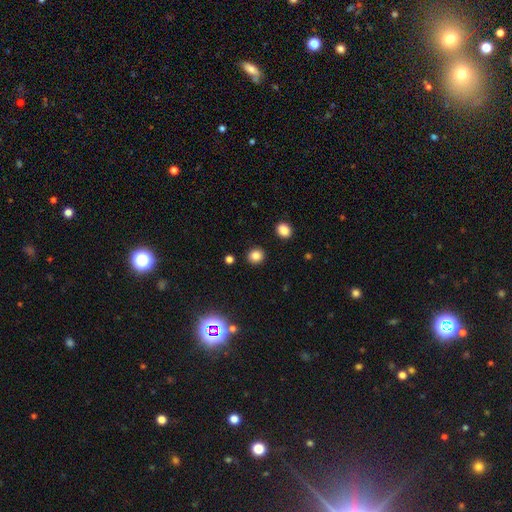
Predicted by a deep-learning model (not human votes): smooth 84%, star or artifact 12%, featured or disk 4%. Down the decision tree: how rounded — round (87%); merging — none (90%).